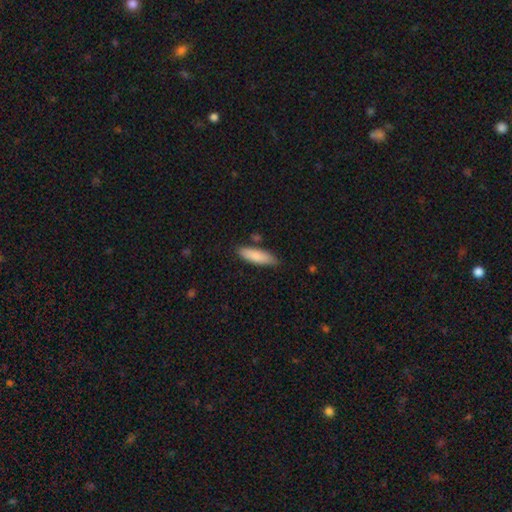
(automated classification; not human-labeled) The model was most divided on "how rounded": cigar-shaped: 56%, in between: 42%, round: 2%. More confident: smooth or featured — smooth (84%); merging — none (78%).